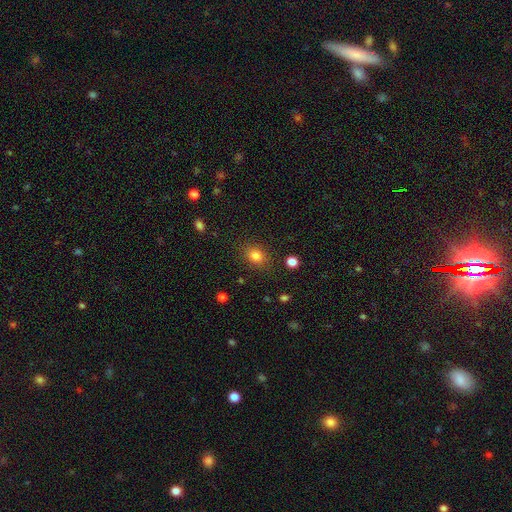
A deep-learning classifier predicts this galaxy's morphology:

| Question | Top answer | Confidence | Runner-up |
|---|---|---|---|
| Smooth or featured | smooth | 82% | star or artifact (12%) |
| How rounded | in between | 54% | round (45%) |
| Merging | none | 83% | minor disturbance (11%) |